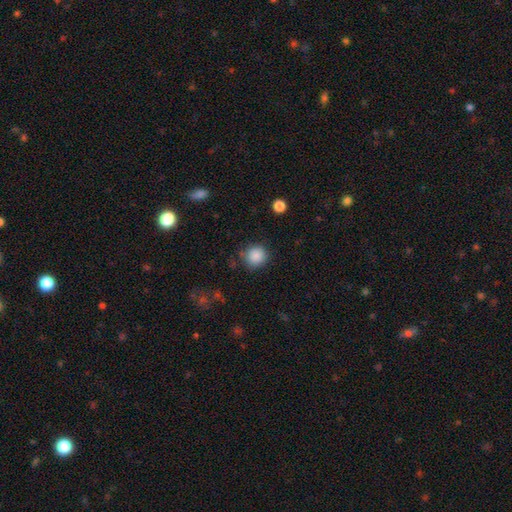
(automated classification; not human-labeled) This is clearly a smooth galaxy (87%). How rounded: clearly round (90%). Merging: clearly none (83%).